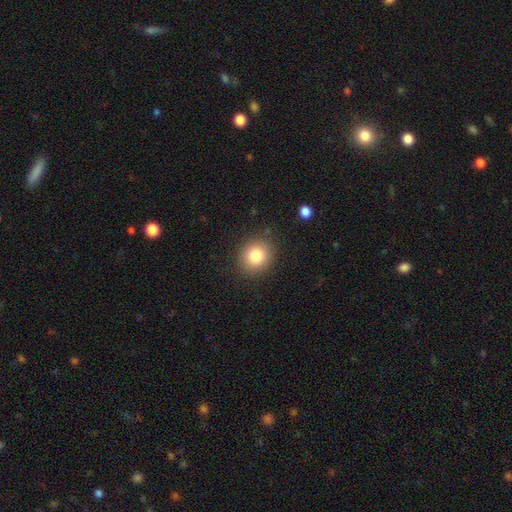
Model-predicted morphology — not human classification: A smooth galaxy with no disk features (82%) that is round (82%). Merging: none (88%).